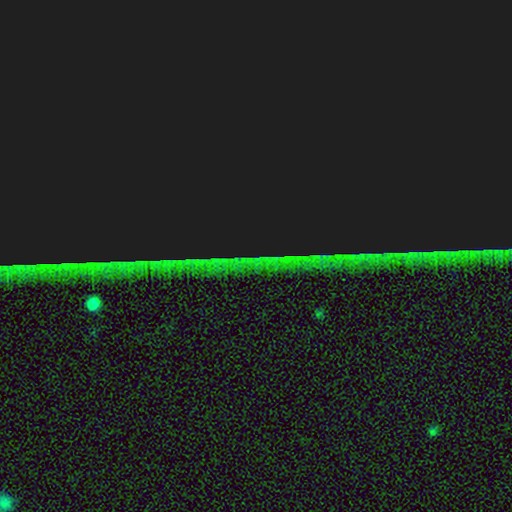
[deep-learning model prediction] This is clearly a star or artifact rather than a galaxy (84%).